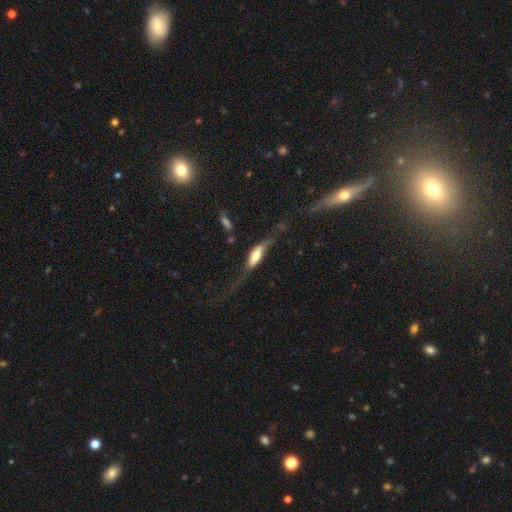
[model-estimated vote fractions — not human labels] This is possibly a featured or disk galaxy (57%). It is likely viewed edge-on (64%). Merging: marginally major disturbance (36%).